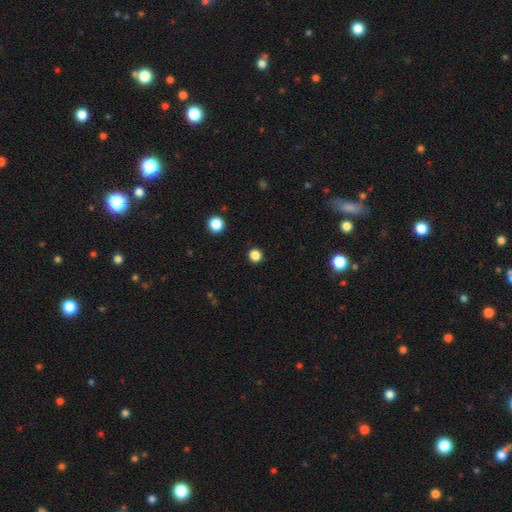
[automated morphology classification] Smooth or featured?
  - smooth: 82% *
  - star or artifact: 15%
  - featured or disk: 3%
How rounded?
  - round: 94% *
  - in between: 5%
  - cigar-shaped: 1%
Merging?
  - none: 92% *
  - minor disturbance: 5%
  - major disturbance: 2%
  - merger: 1%